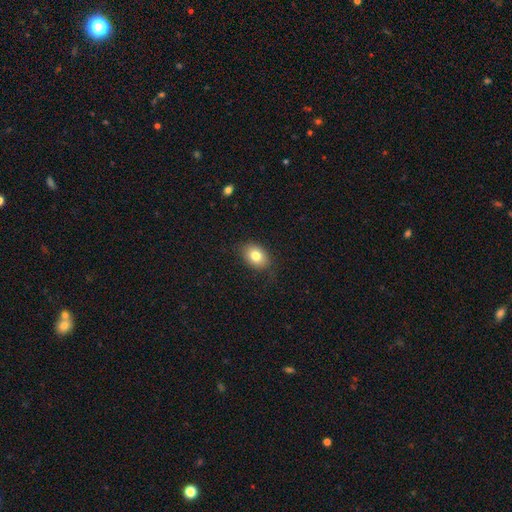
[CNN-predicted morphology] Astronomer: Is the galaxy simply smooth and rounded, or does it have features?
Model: smooth — 80%.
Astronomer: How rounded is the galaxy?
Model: in between — 73%.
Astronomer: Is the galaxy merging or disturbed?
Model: none — 81%.